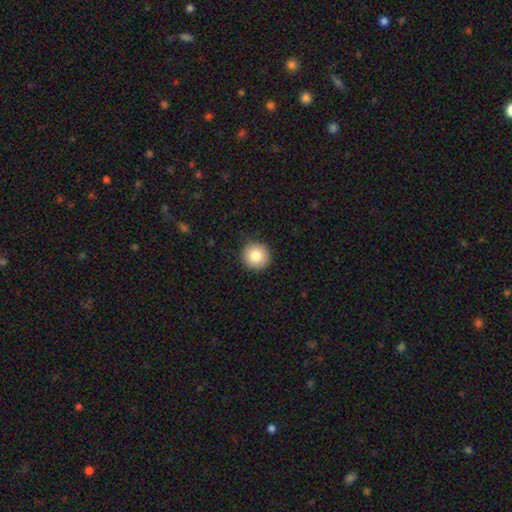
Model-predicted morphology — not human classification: Overall: smooth (83%). How rounded: round (94%). Merging: none (92%).